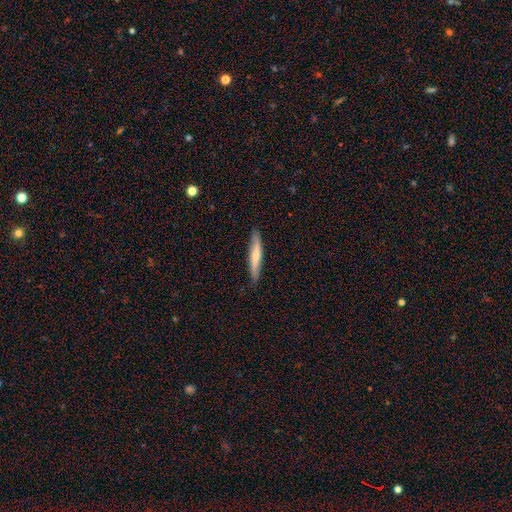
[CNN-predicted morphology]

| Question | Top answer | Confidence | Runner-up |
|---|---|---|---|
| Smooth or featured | smooth | 61% | featured or disk (34%) |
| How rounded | cigar-shaped | 91% | in between (7%) |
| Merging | none | 86% | minor disturbance (11%) |